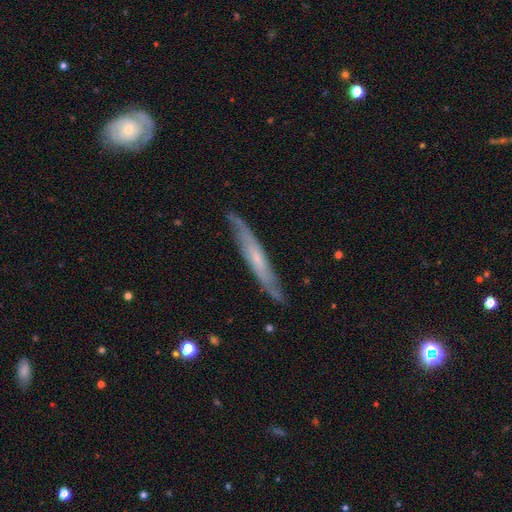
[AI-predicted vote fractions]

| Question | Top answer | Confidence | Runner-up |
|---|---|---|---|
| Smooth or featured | featured or disk | 67% | smooth (27%) |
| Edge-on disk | yes | 71% | no (29%) |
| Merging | none | 79% | minor disturbance (17%) |